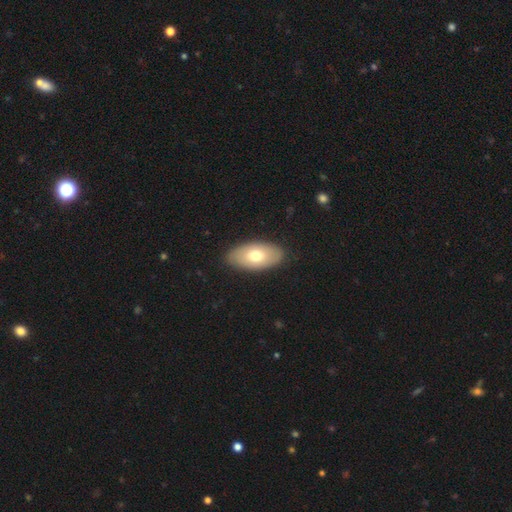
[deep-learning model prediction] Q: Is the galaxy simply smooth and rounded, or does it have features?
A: smooth — 69%.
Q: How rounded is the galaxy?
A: in between — 94%.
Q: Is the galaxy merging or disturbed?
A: none — 87%.